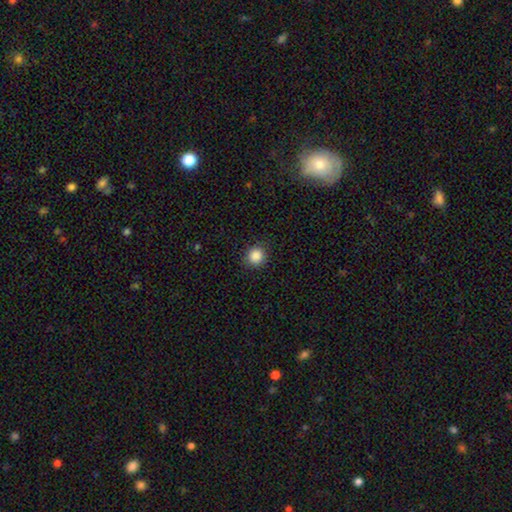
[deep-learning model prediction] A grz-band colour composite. It shows a smooth galaxy with no disk features (87%) that is round (90%). Merging: none (89%).